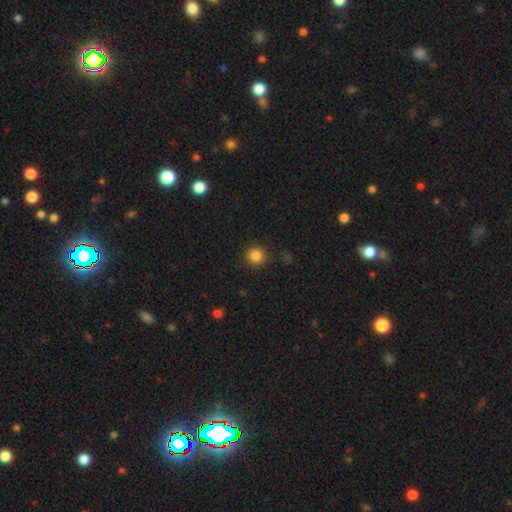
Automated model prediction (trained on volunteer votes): Morphology: type=smooth (85%); roundness=round (94%); merging=none (89%).